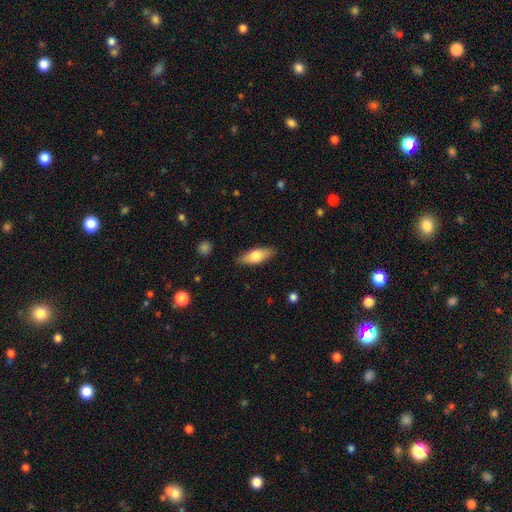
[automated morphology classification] Smooth or featured: smooth — 69% (featured or disk — 25%)
How rounded: in between — 72% (cigar-shaped — 26%)
Merging: none — 85% (minor disturbance — 11%)